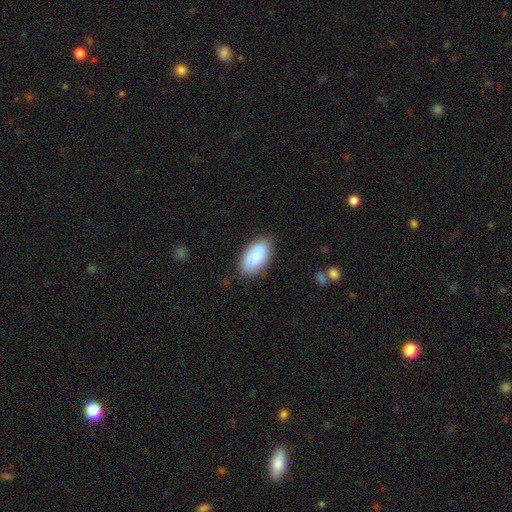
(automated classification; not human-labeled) This appears to be a smooth galaxy with no disk features (83%) that is in between round and cigar-shaped (94%). Merging: none (79%).